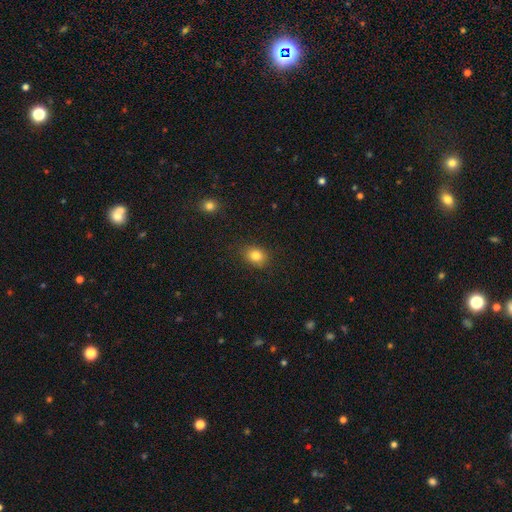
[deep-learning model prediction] Morphology: type=smooth (82%); roundness=in between (51%); merging=none (85%).